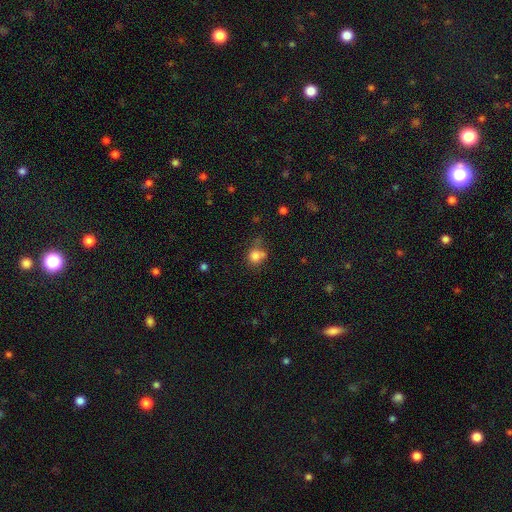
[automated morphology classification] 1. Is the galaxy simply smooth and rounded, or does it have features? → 79% smooth, 12% star or artifact, 8% featured or disk.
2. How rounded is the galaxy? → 77% round, 22% in between, 1% cigar-shaped.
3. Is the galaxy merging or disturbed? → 49% none, 22% merger, 21% minor disturbance, 9% major disturbance.